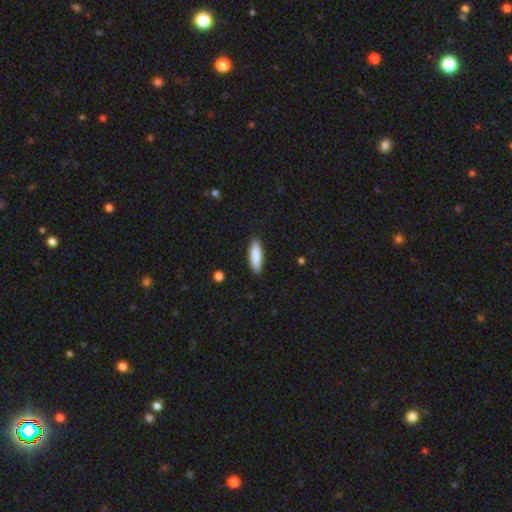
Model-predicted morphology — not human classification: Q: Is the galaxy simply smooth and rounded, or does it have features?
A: smooth — 84%.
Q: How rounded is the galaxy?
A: cigar-shaped — 55%.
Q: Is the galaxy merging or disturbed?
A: none — 89%.